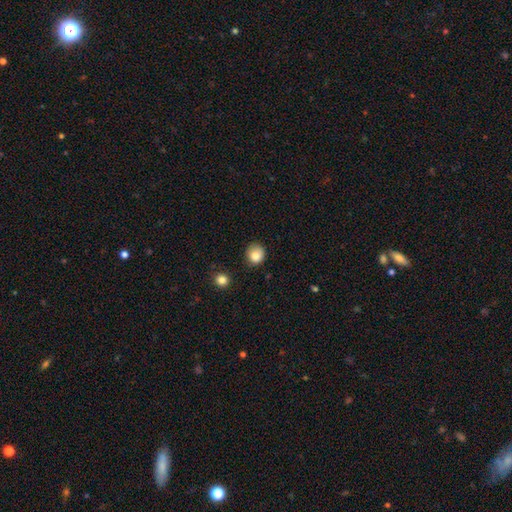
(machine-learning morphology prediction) Smooth or featured? smooth (84%)
How rounded? round (82%)
Merging? none (76%)